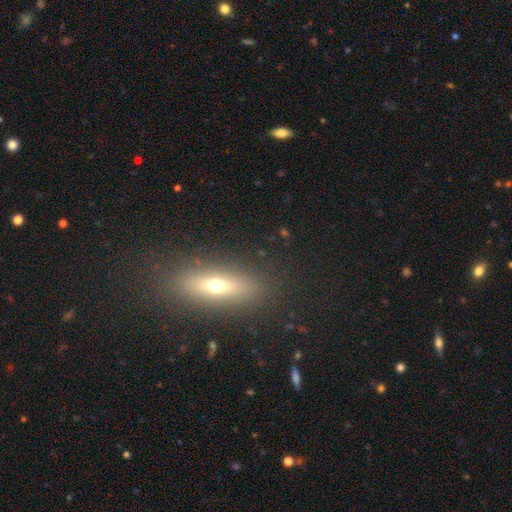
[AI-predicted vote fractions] Smooth or featured? Predicted: smooth (p=0.46). Merging? Predicted: none (p=0.86).